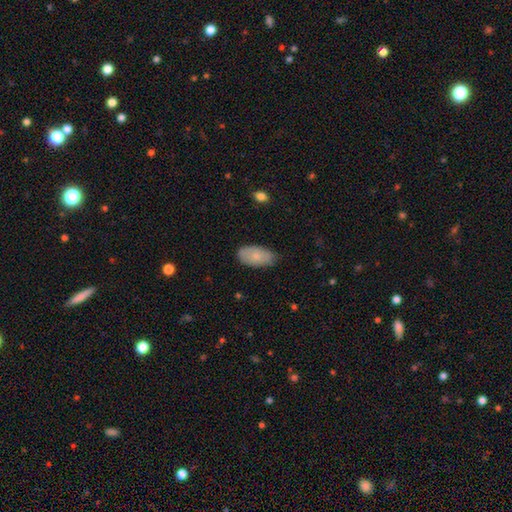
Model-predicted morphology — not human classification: Smooth or featured?
  - smooth: 76% *
  - featured or disk: 18%
  - star or artifact: 6%
How rounded?
  - in between: 94% *
  - round: 3%
  - cigar-shaped: 3%
Merging?
  - none: 74% *
  - minor disturbance: 21%
  - major disturbance: 3%
  - merger: 1%